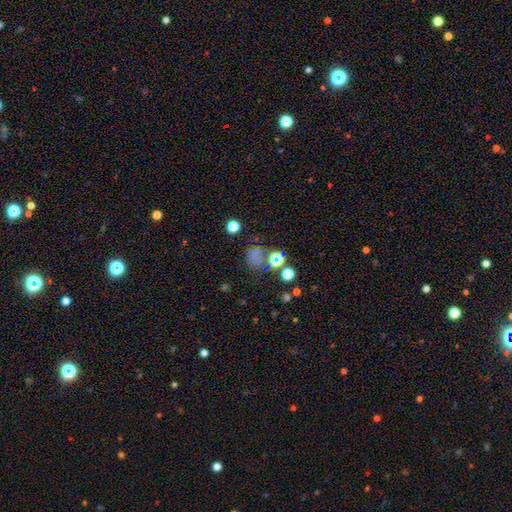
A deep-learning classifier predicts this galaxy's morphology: smooth 52%, star or artifact 36%, featured or disk 12%. Down the decision tree: how rounded — round (72%); merging — none (56%).